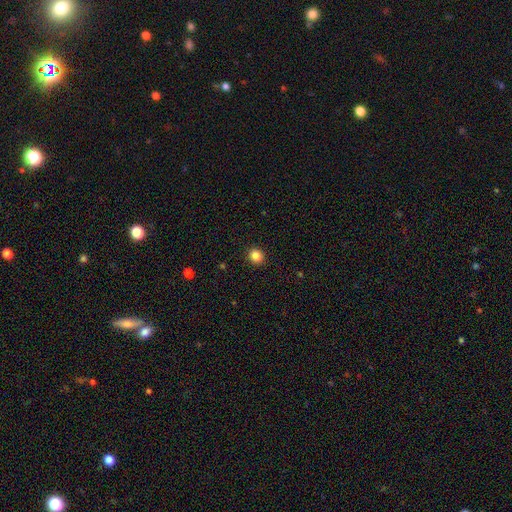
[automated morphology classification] Overall: smooth (85%). How rounded: round (87%). Merging: none (93%).